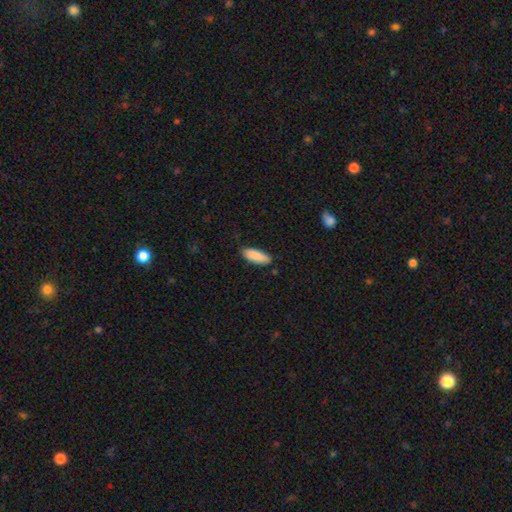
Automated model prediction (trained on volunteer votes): Smooth or featured? Predicted: smooth (p=0.90). How rounded? Predicted: in between (p=0.70). Merging? Predicted: none (p=0.84).